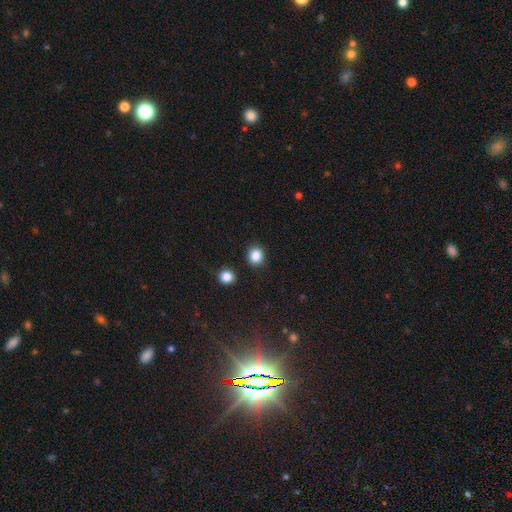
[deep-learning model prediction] Overall: smooth (86%). How rounded: round (85%). Merging: none (87%).